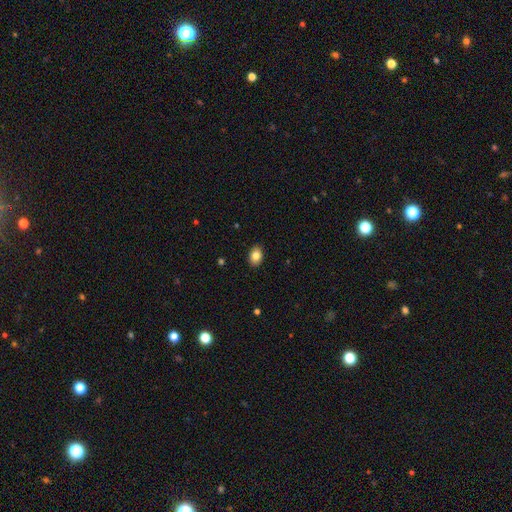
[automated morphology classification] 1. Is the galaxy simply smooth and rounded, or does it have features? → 85% smooth, 8% star or artifact, 7% featured or disk.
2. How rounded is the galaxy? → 81% in between, 18% round, 1% cigar-shaped.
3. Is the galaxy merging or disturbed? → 90% none, 8% minor disturbance, 2% major disturbance, 1% merger.